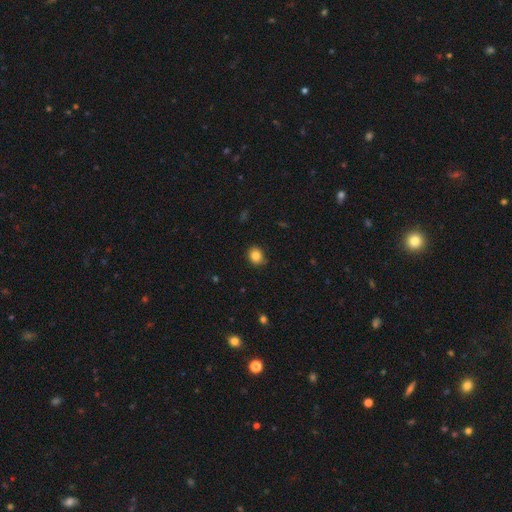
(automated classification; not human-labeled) Smooth or featured: smooth — 84% (star or artifact — 10%)
How rounded: round — 75% (in between — 24%)
Merging: none — 85% (minor disturbance — 12%)